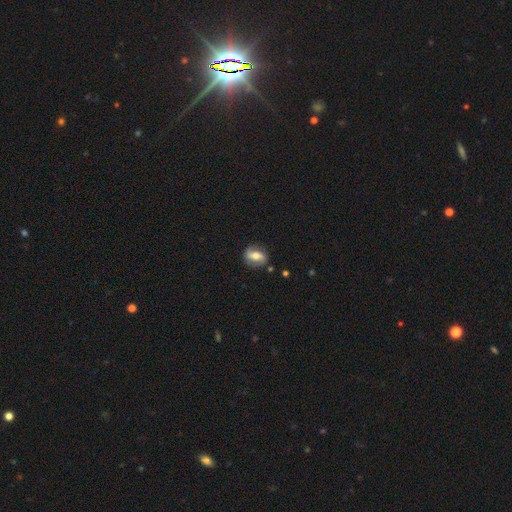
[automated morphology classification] type=featured or disk (53%); edge-on=no (90%); merging=none (79%).